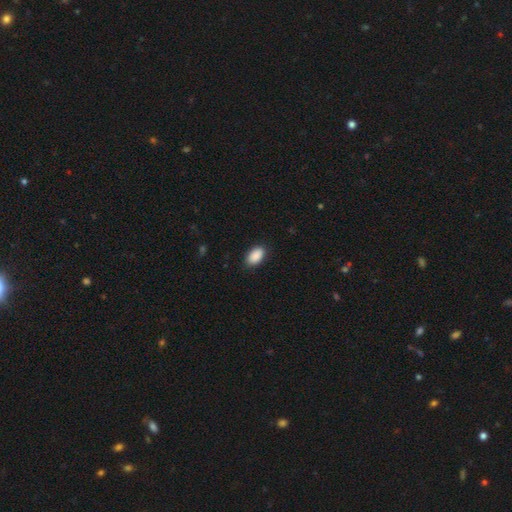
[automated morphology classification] This is clearly a smooth galaxy (90%). How rounded: clearly in between (94%). Merging: clearly none (86%).